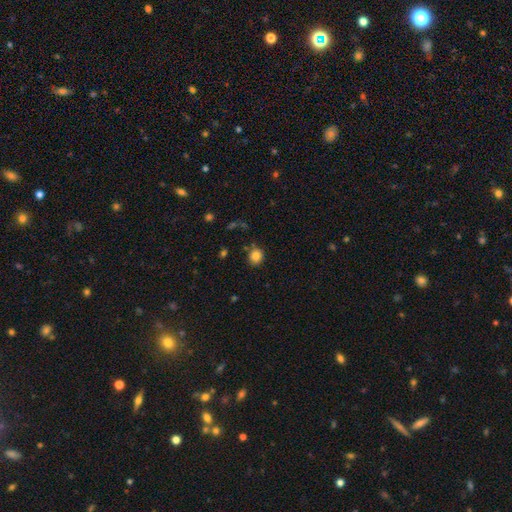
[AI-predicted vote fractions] smooth_or_featured: smooth (p=0.84) [alt: star or artifact p=0.11]
how_rounded: round (p=0.82) [alt: in between p=0.17]
merging: none (p=0.82) [alt: minor disturbance p=0.12]